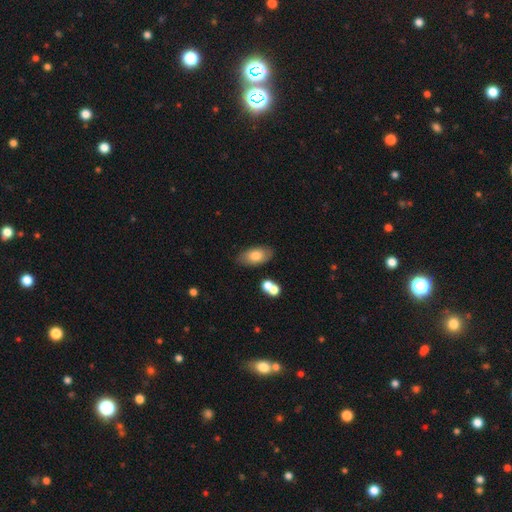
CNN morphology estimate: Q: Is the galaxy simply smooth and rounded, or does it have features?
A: smooth — 75%.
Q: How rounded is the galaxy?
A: in between — 92%.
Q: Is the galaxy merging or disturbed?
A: none — 77%.